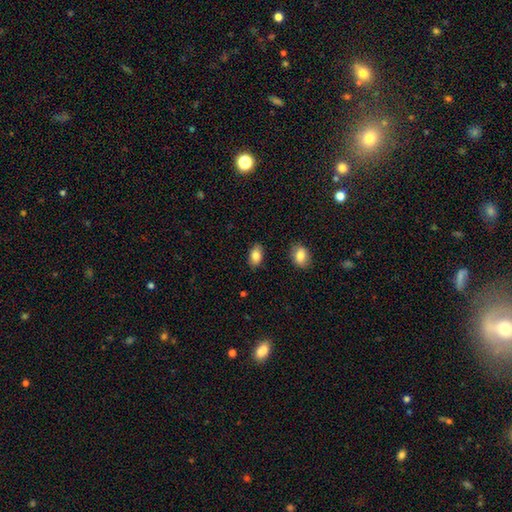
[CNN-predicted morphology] Smooth or featured? smooth (84%)
How rounded? in between (90%)
Merging? none (86%)